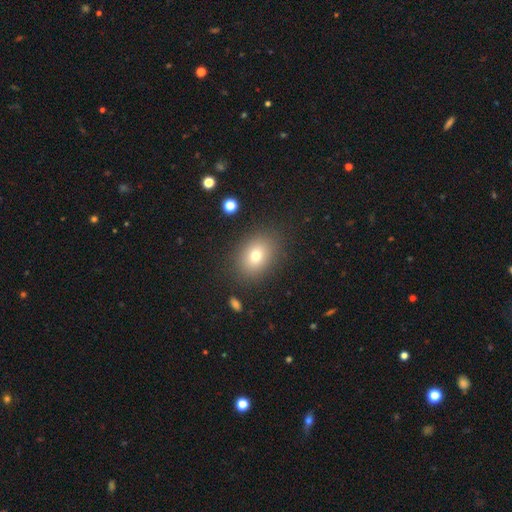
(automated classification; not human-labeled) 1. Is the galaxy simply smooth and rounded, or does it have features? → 73% smooth, 13% featured or disk, 13% star or artifact.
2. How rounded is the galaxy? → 57% in between, 42% round, 1% cigar-shaped.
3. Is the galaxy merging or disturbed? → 85% none, 9% minor disturbance, 4% major disturbance, 2% merger.